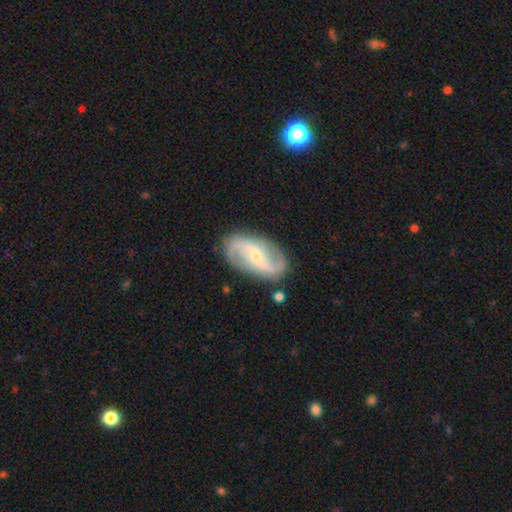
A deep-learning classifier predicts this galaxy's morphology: This appears to be a featured or disk galaxy (87%) with no bar (38%, tied with weak), 2 (92%) loose (43%) spiral arms (96%) and a small central bulge (72%). Merging: none (83%).